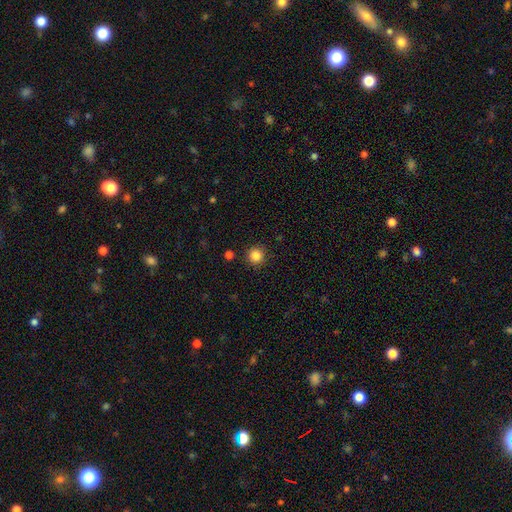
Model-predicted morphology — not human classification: Smooth or featured: smooth — 85% (star or artifact — 11%)
How rounded: round — 95% (in between — 4%)
Merging: none — 90% (minor disturbance — 6%)